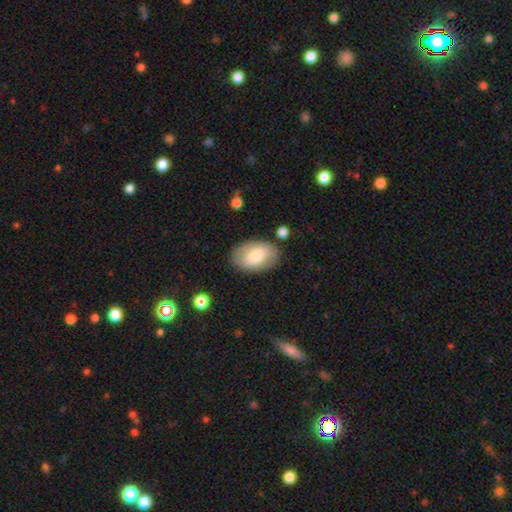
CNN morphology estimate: Smooth or featured? smooth (70%)
How rounded? in between (89%)
Merging? none (79%)